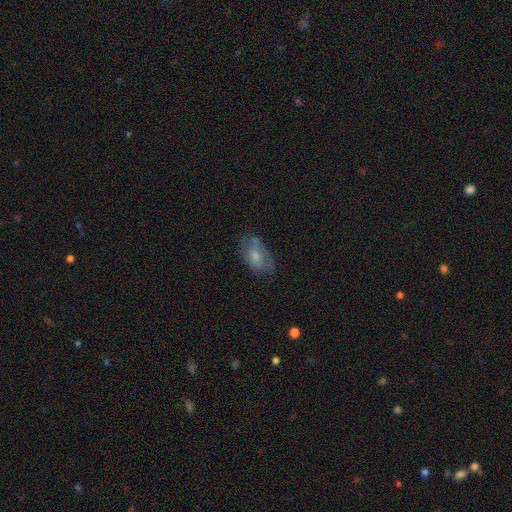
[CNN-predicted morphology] Q: Smooth or featured?
A: smooth (59%); runner-up: featured or disk (33%)
Q: How rounded?
A: in between (89%); runner-up: round (9%)
Q: Merging?
A: none (57%); runner-up: minor disturbance (27%)